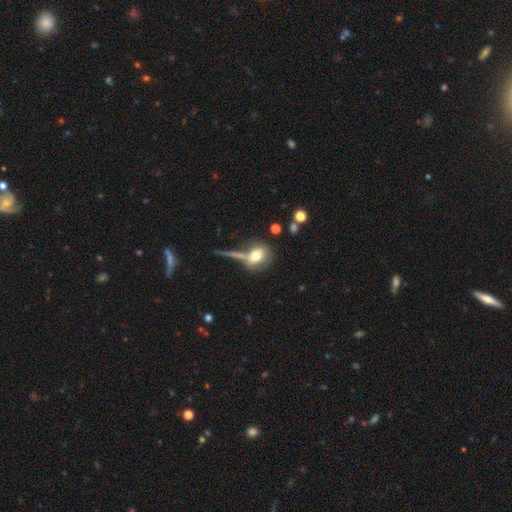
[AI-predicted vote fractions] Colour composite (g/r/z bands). It shows a smooth galaxy with no disk features (69%) that is round (63%). Merging: none (47%).